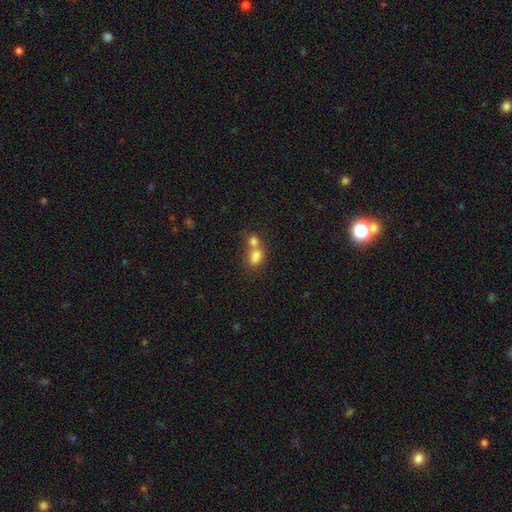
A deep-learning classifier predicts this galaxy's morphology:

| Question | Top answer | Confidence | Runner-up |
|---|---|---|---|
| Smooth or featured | smooth | 77% | featured or disk (12%) |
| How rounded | in between | 65% | round (34%) |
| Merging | merger | 64% | none (25%) |